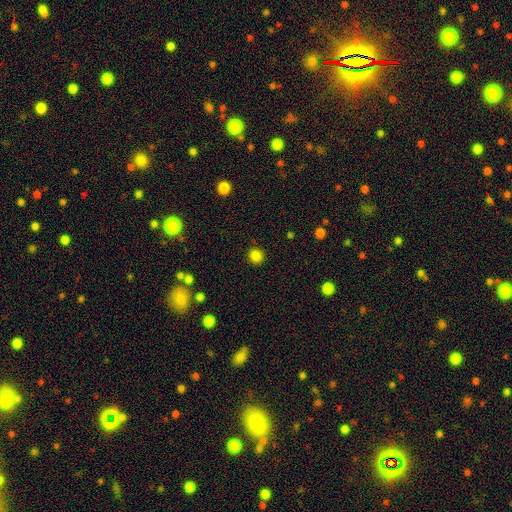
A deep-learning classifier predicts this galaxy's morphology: smooth 84%, star or artifact 13%, featured or disk 4%. Down the decision tree: how rounded — round (89%); merging — none (90%).